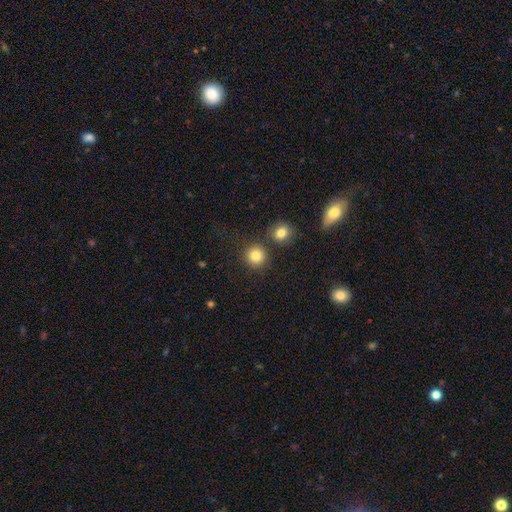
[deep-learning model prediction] Smooth or featured?
  - smooth: 84% *
  - star or artifact: 11%
  - featured or disk: 5%
How rounded?
  - round: 92% *
  - in between: 7%
  - cigar-shaped: 1%
Merging?
  - none: 81% *
  - merger: 9%
  - minor disturbance: 7%
  - major disturbance: 3%